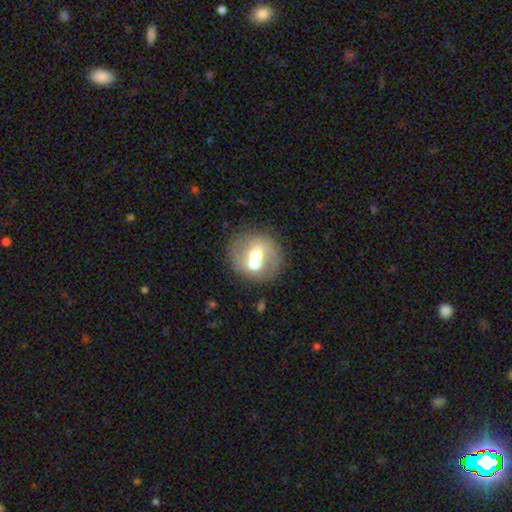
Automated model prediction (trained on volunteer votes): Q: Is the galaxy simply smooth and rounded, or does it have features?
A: smooth — 52%.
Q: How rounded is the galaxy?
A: round — 85%.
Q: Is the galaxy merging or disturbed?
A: none — 53%.